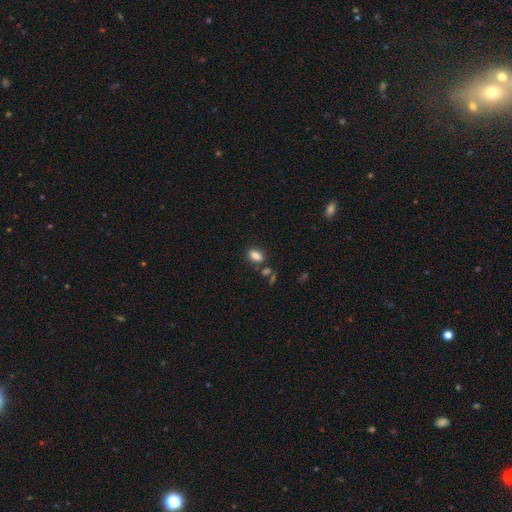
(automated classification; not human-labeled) The model was most divided on "merging": none: 75%, minor disturbance: 12%, merger: 10%, major disturbance: 3%. More confident: how rounded — in between (87%); smooth or featured — smooth (84%).